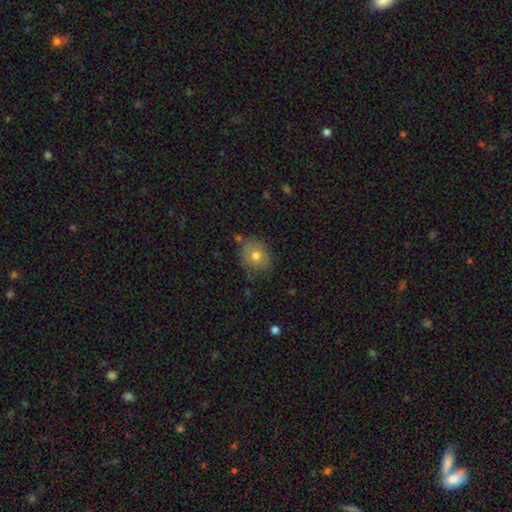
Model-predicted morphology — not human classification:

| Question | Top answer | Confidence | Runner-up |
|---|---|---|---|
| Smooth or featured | smooth | 74% | featured or disk (16%) |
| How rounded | round | 73% | in between (26%) |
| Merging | none | 75% | minor disturbance (17%) |